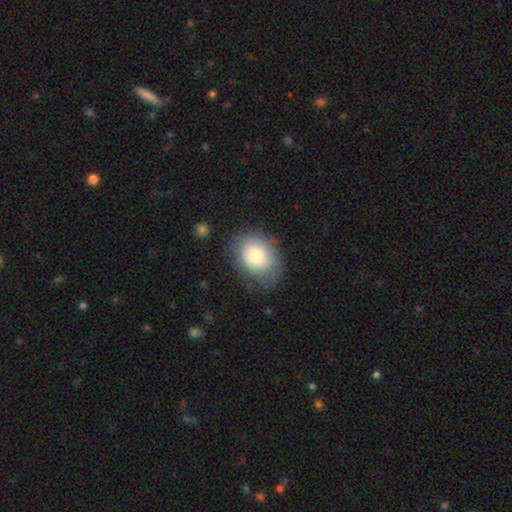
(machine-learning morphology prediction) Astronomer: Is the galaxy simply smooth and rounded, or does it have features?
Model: smooth — 77%.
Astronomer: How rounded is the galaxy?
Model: in between — 62% (runner-up: round, 37%).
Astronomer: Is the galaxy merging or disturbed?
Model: none — 63%.